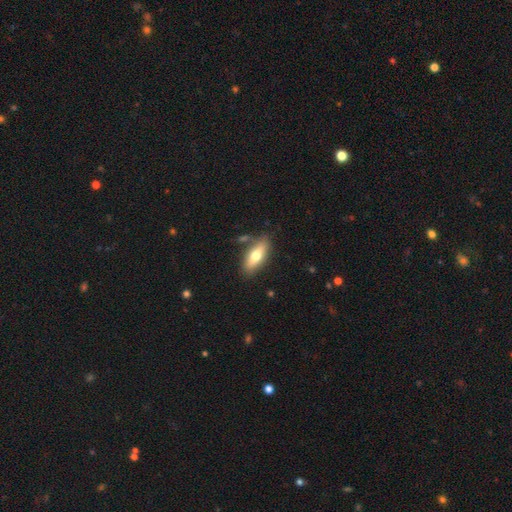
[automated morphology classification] smooth 68%, featured or disk 26%, star or artifact 6%. Down the decision tree: how rounded — in between (72%); merging — none (77%).